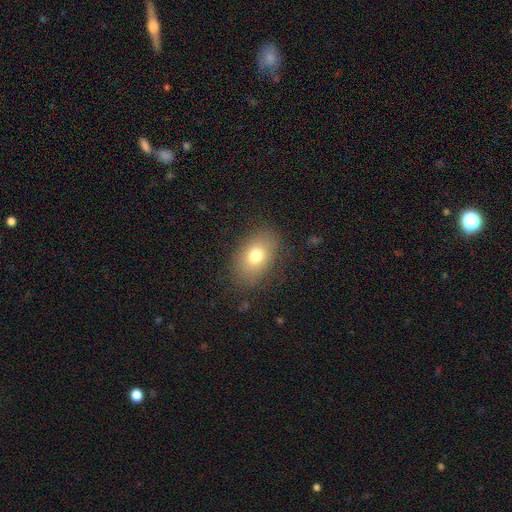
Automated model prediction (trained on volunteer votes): This appears to be a smooth galaxy with no disk features (76%) that is in between round and cigar-shaped (82%). Merging: none (82%).